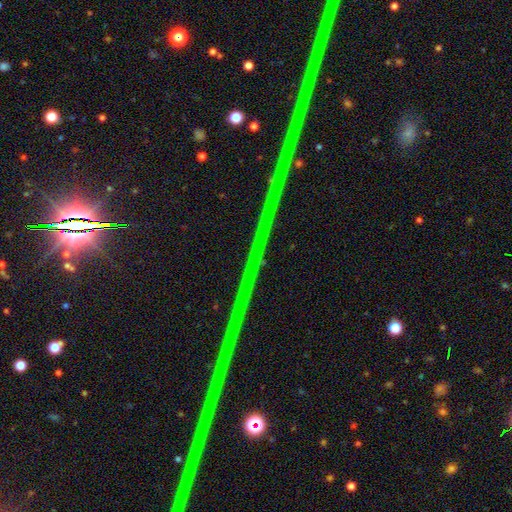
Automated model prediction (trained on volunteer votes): A star or artifact, not a galaxy (88%).

Vote fractions:
- Smooth or featured? star or artifact: 88% / featured or disk: 7% / smooth: 5%